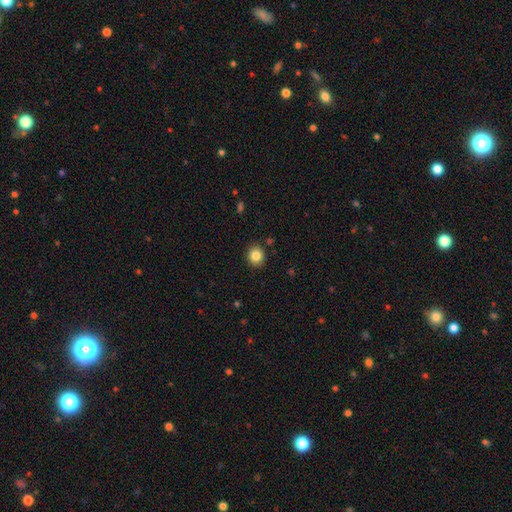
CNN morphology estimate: Q: Smooth or featured?
A: smooth (84%); runner-up: star or artifact (10%)
Q: How rounded?
A: round (78%); runner-up: in between (21%)
Q: Merging?
A: none (90%); runner-up: minor disturbance (7%)